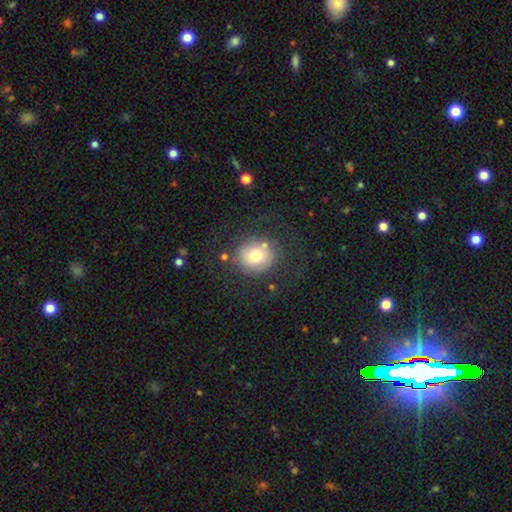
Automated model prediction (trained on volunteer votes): Q: Smooth or featured?
A: smooth (66%); runner-up: featured or disk (23%)
Q: How rounded?
A: round (78%); runner-up: in between (21%)
Q: Merging?
A: none (69%); runner-up: minor disturbance (14%)